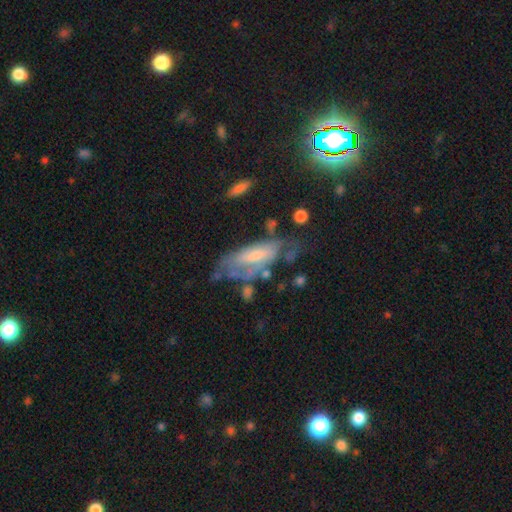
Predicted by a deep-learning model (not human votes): Overall: featured or disk (54%; smooth 37%). Edge-on disk: no (82%). Merging: none (36%; minor disturbance 28%).